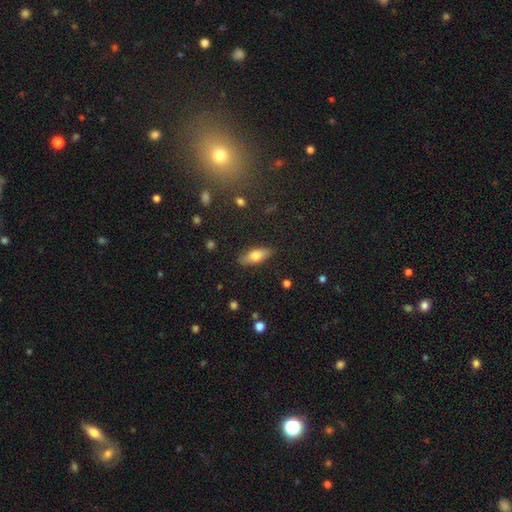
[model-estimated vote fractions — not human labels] The model was most divided on "smooth or featured": smooth: 66%, featured or disk: 26%, star or artifact: 8%. More confident: merging — none (86%); how rounded — in between (70%).